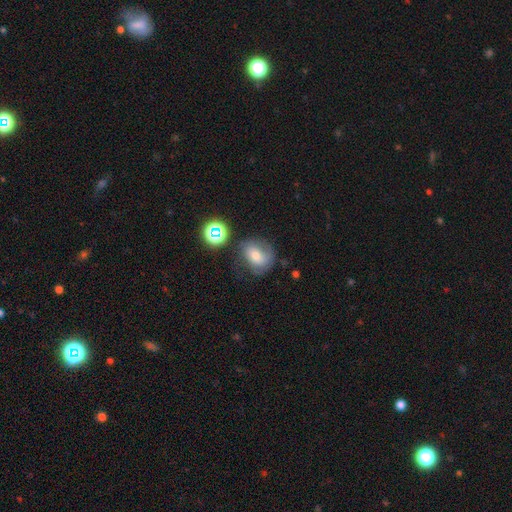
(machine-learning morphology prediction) Overall: smooth (49%; featured or disk 35%). Merging: none (53%; minor disturbance 26%).